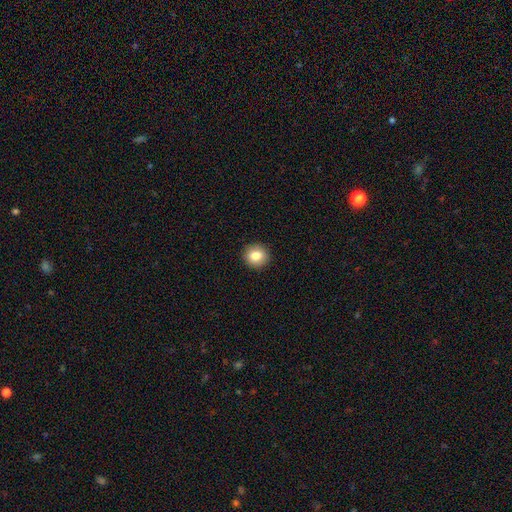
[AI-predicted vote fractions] Smooth or featured? smooth (84%)
How rounded? round (91%)
Merging? none (92%)